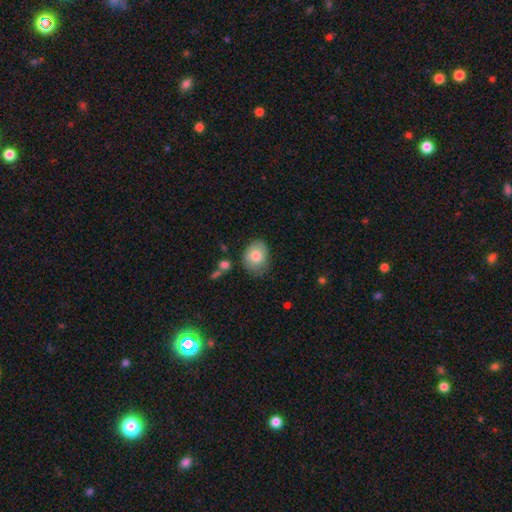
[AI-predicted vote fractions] Overall: smooth (77%). How rounded: in between (58%; round 41%). Merging: none (67%).